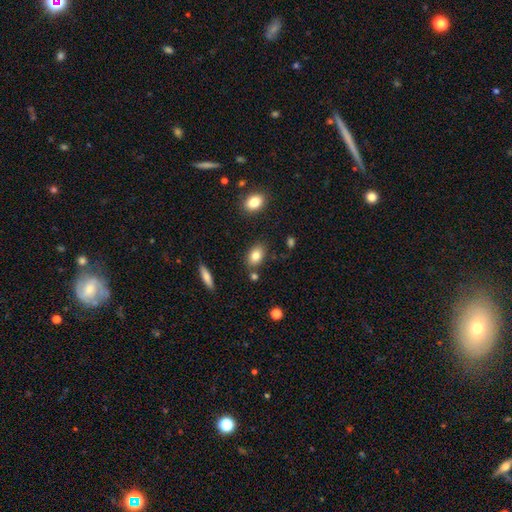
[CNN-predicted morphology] The model was most divided on "merging": none: 79%, minor disturbance: 12%, merger: 6%, major disturbance: 3%. More confident: how rounded — in between (86%); smooth or featured — smooth (82%).